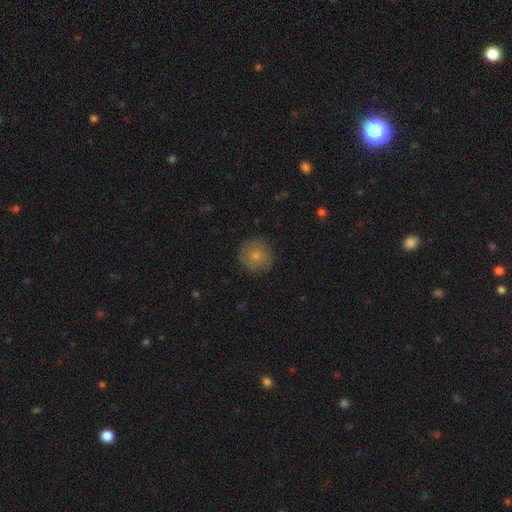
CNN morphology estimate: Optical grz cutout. It shows a smooth galaxy with no disk features (77%) that is round (95%). Merging: none (87%).